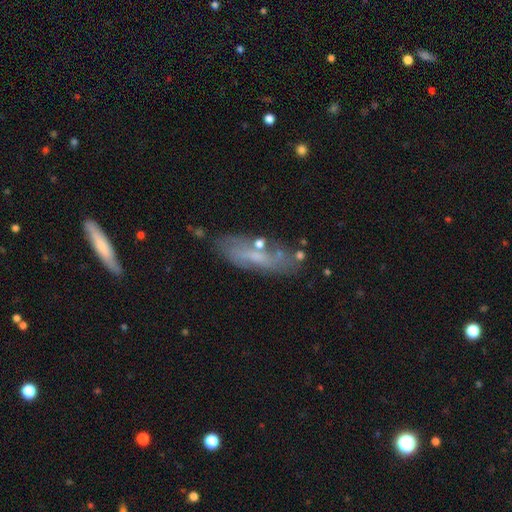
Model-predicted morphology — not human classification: smooth_or_featured: featured or disk (p=0.47) [alt: smooth p=0.44]
merging: none (p=0.67) [alt: minor disturbance p=0.20]